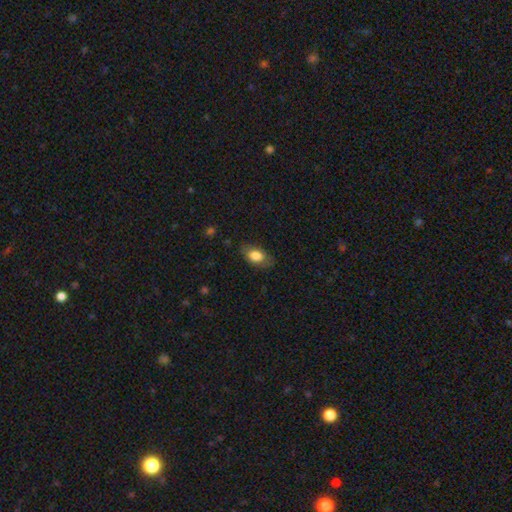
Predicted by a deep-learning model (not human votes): A smooth galaxy with no disk features (78%) that is in between round and cigar-shaped (89%). Merging: none (76%).